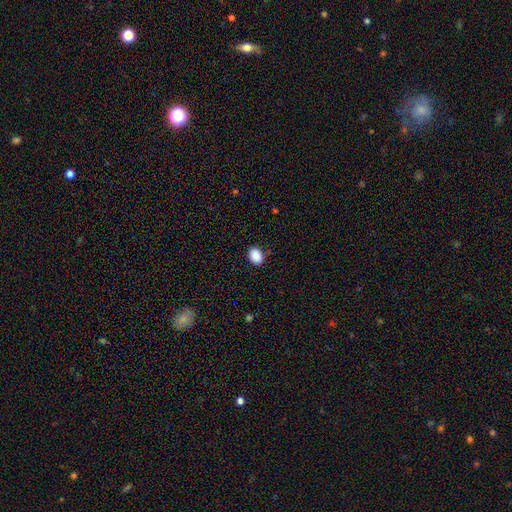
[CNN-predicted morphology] A smooth galaxy with no disk features (89%) that is in between round and cigar-shaped (76%).

Vote fractions:
- Smooth or featured? smooth: 89% / star or artifact: 8% / featured or disk: 3%
- How rounded? in between: 76% / round: 23% / cigar-shaped: 1%
- Merging? none: 85% / minor disturbance: 11% / major disturbance: 3% / merger: 2%